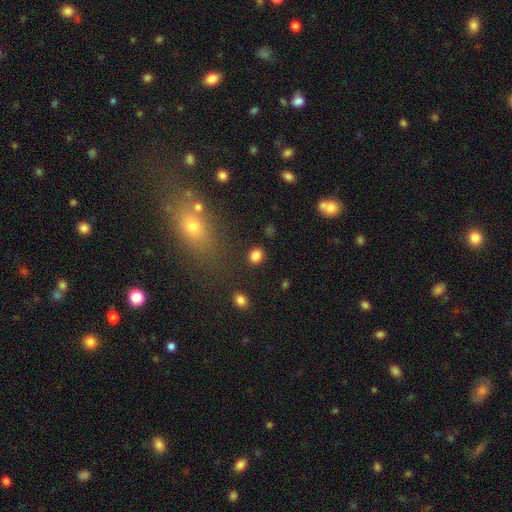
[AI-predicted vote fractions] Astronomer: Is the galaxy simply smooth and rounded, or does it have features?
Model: smooth — 84%.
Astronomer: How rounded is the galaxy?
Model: round — 63%.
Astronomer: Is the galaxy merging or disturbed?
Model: none — 87%.